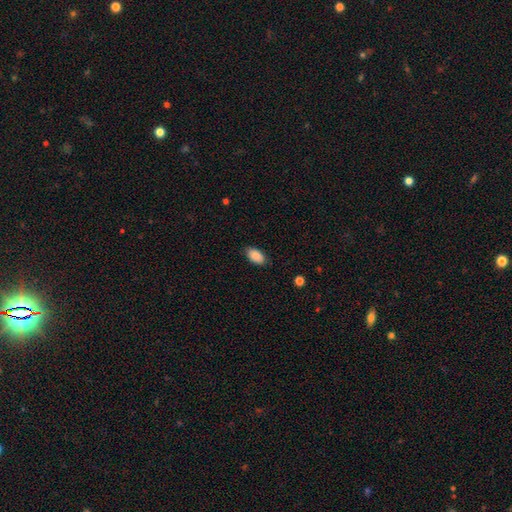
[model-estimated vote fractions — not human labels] This appears to be a smooth galaxy with no disk features (88%) that is in between round and cigar-shaped (94%). Merging: none (83%).